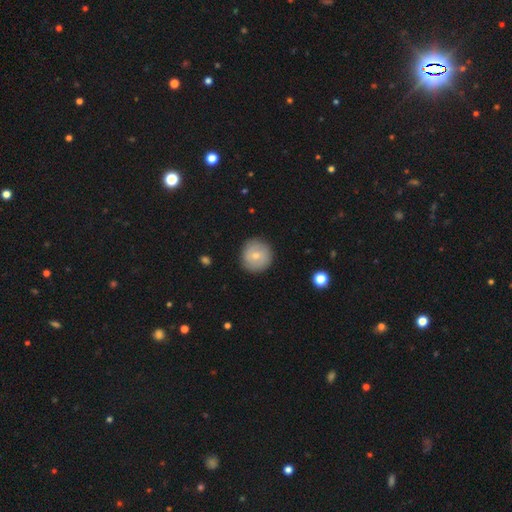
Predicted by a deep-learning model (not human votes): This appears to be a smooth galaxy with no disk features (62%) that is round (94%). Merging: none (88%).